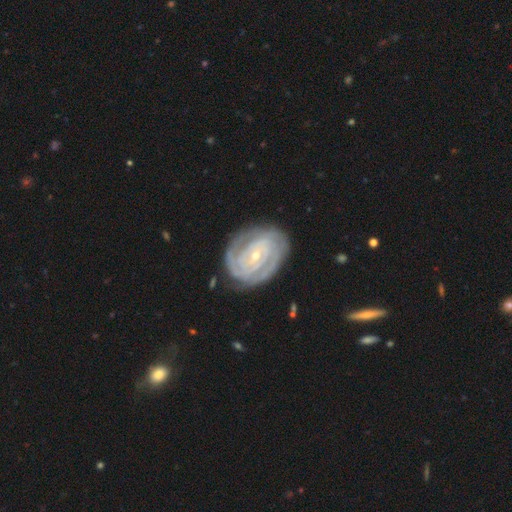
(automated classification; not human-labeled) smooth-or-featured: featured or disk: 88% | smooth: 7% | star or artifact: 5%
  disk-edge-on: no: 97% | yes: 3%
    bar: no: 55% | weak: 29% | strong: 15%
    has-spiral-arms: yes: 95% | no: 5%
      spiral-winding: tight: 81% | medium: 15% | loose: 3%
      spiral-arm-count: 2: 37% | can't tell: 25% | 3: 19% | 4: 9% | more than 4: 5% | 1: 5%
    bulge-size: small: 79% | moderate: 18% | large: 1% | none: 1% | dominant: 1%
  merging: none: 78% | minor disturbance: 15% | major disturbance: 5% | merger: 1%